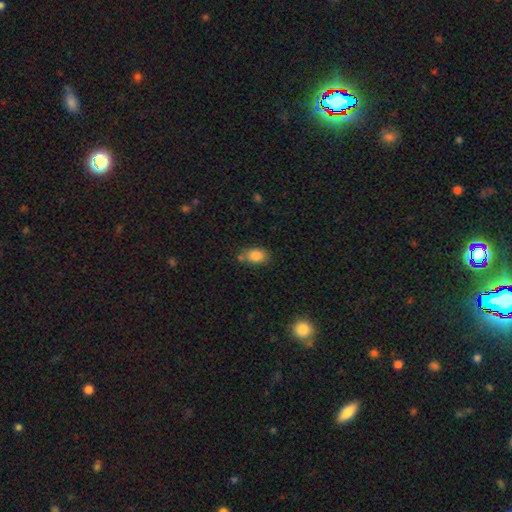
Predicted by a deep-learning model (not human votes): This appears to be a smooth galaxy with no disk features (83%) that is in between round and cigar-shaped (81%). Merging: none (63%).